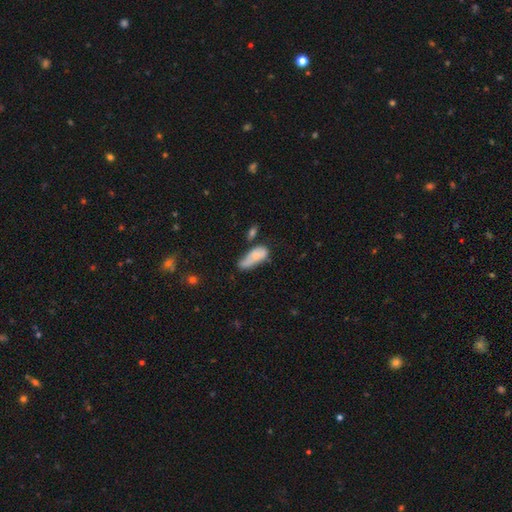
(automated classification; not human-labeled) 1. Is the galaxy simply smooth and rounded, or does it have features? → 66% smooth, 27% featured or disk, 8% star or artifact.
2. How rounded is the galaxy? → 79% in between, 18% cigar-shaped, 3% round.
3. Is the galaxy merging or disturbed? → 34% minor disturbance, 30% none, 18% major disturbance, 18% merger.